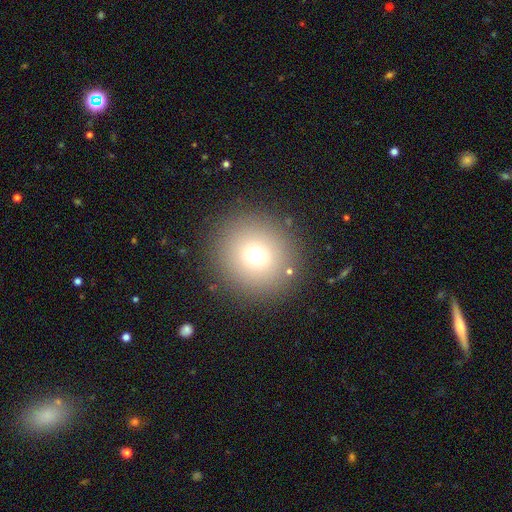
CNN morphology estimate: smooth 71%, star or artifact 16%, featured or disk 12%. Down the decision tree: how rounded — round (90%); merging — none (88%).